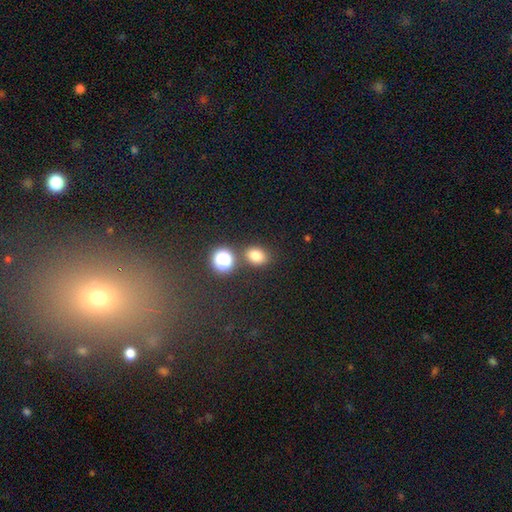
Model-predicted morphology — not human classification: smooth-or-featured: smooth: 75% | star or artifact: 18% | featured or disk: 7%
  how-rounded: in between: 55% | round: 44% | cigar-shaped: 1%
  merging: none: 77% | minor disturbance: 11% | merger: 9% | major disturbance: 4%